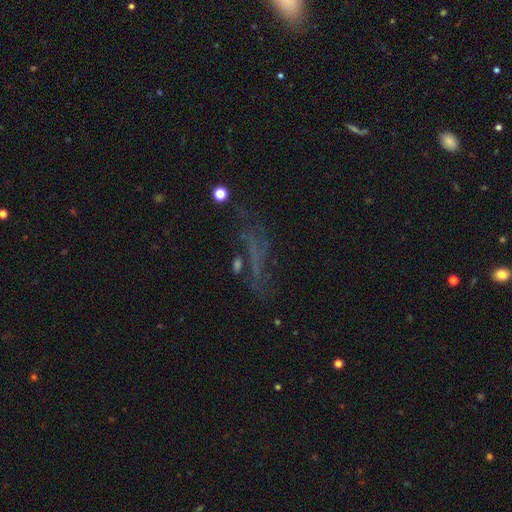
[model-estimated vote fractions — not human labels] The model was most divided on "smooth or featured": star or artifact: 35%, smooth: 33%, featured or disk: 32%.